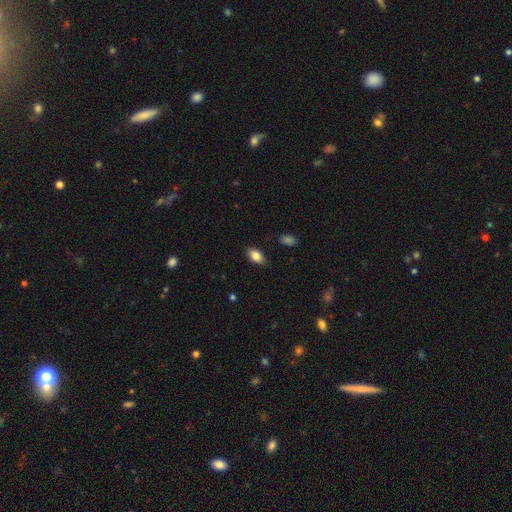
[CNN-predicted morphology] Smooth or featured?
  - smooth: 86% *
  - star or artifact: 8%
  - featured or disk: 7%
How rounded?
  - in between: 92% *
  - round: 5%
  - cigar-shaped: 2%
Merging?
  - none: 86% *
  - minor disturbance: 11%
  - major disturbance: 2%
  - merger: 1%